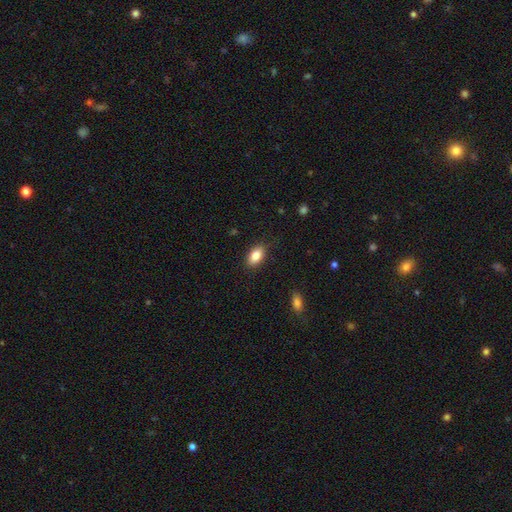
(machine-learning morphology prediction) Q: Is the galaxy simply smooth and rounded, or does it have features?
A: smooth — 85%.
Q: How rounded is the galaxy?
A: in between — 91%.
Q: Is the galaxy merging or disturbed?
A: none — 85%.